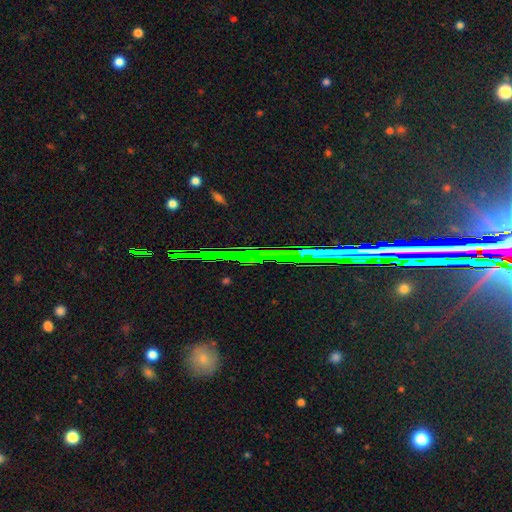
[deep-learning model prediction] A star or artifact, not a galaxy (80%).